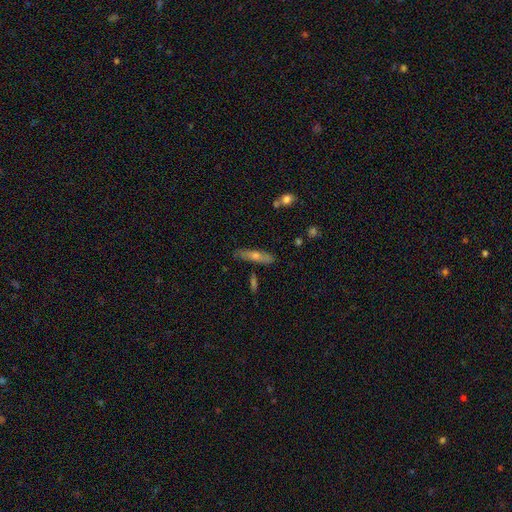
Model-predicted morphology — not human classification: type=featured or disk (47%); merging=none (82%).